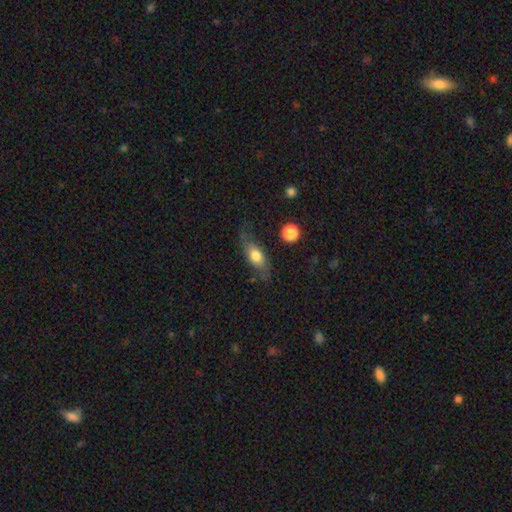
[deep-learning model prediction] smooth 62%, featured or disk 31%, star or artifact 7%. Down the decision tree: how rounded — in between (72%); merging — none (63%).